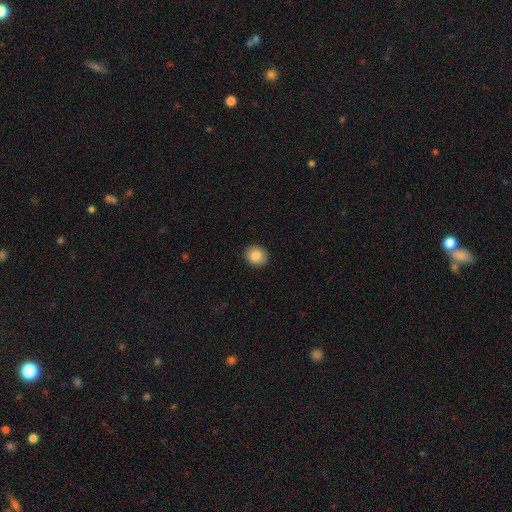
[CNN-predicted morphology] Smooth or featured: smooth — 86% (star or artifact — 8%)
How rounded: round — 79% (in between — 20%)
Merging: none — 91% (minor disturbance — 6%)